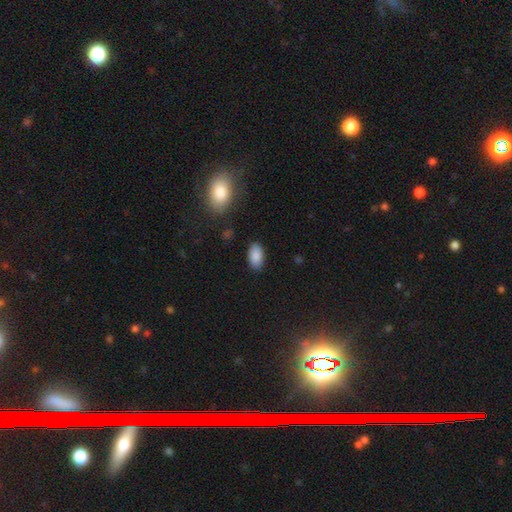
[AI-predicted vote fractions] Smooth or featured? Predicted: smooth (p=0.88). How rounded? Predicted: in between (p=0.94). Merging? Predicted: none (p=0.85).